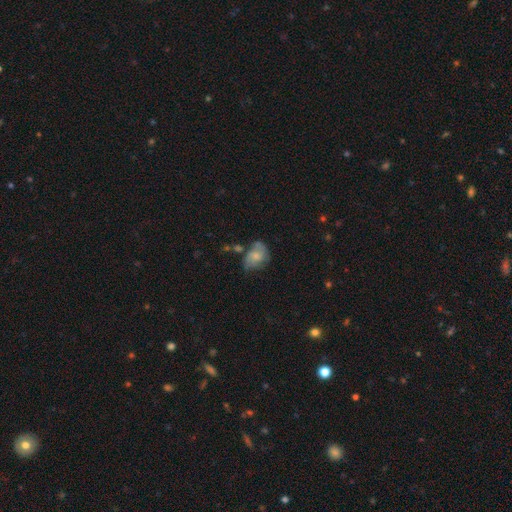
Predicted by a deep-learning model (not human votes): This appears to be a smooth galaxy with no disk features (51%) that is in between round and cigar-shaped (68%). Merging: none (39%).